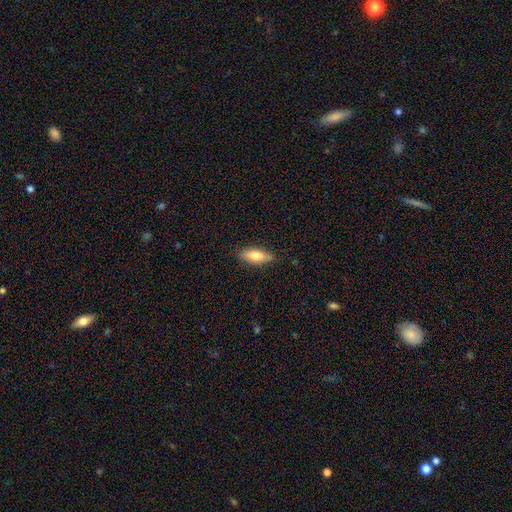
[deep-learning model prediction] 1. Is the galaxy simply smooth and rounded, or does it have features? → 76% smooth, 17% featured or disk, 6% star or artifact.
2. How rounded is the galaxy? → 72% in between, 25% cigar-shaped, 2% round.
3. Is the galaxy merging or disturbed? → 81% none, 15% minor disturbance, 3% major disturbance, 1% merger.